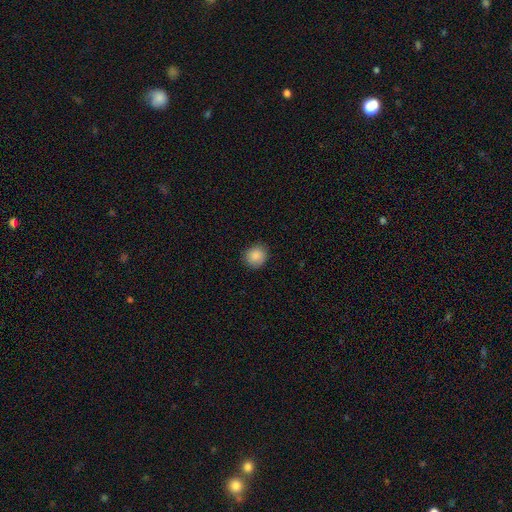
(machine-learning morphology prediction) smooth-or-featured: smooth: 88% | star or artifact: 9% | featured or disk: 4%
  how-rounded: round: 80% | in between: 19% | cigar-shaped: 1%
  merging: none: 86% | minor disturbance: 10% | major disturbance: 2% | merger: 1%